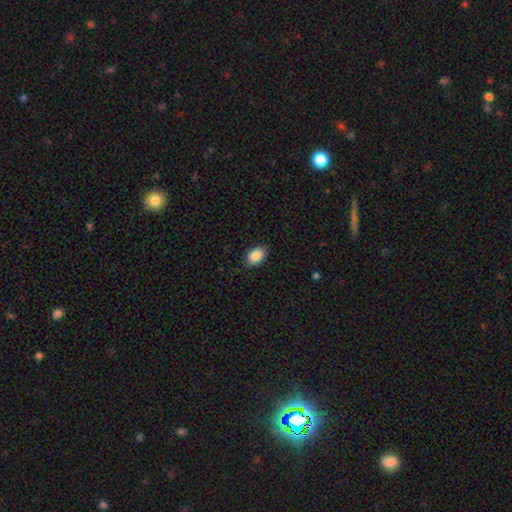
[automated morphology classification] Smooth or featured? smooth (90%)
How rounded? in between (88%)
Merging? none (87%)